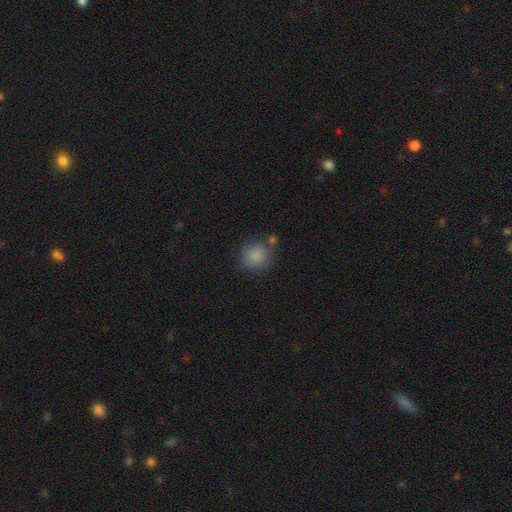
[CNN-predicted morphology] smooth 86%, star or artifact 9%, featured or disk 5%. Down the decision tree: how rounded — round (84%); merging — none (74%).